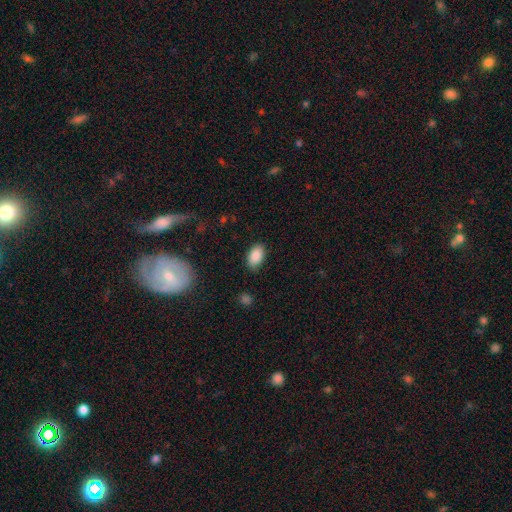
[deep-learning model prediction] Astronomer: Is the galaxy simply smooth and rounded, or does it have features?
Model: smooth — 88%.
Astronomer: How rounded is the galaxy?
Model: in between — 92%.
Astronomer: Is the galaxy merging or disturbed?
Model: none — 84%.